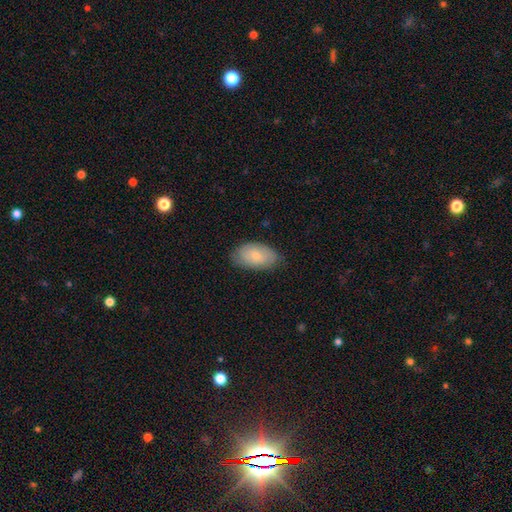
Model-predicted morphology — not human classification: smooth-or-featured: smooth: 69% | featured or disk: 25% | star or artifact: 6%
  how-rounded: in between: 93% | round: 5% | cigar-shaped: 2%
  merging: none: 78% | minor disturbance: 18% | major disturbance: 3% | merger: 1%